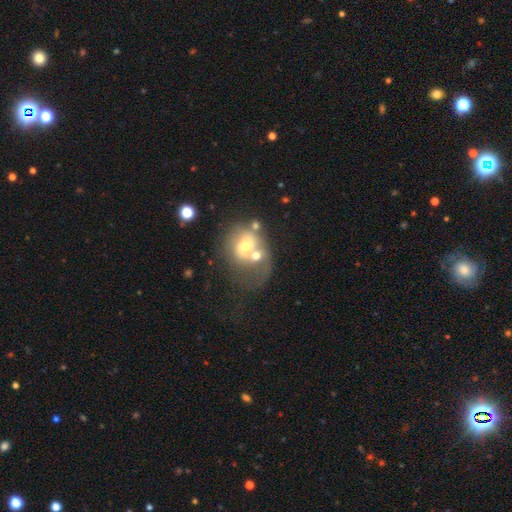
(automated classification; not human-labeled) Q: Smooth or featured?
A: smooth (49%); runner-up: featured or disk (41%)
Q: Merging?
A: merger (58%); runner-up: major disturbance (17%)